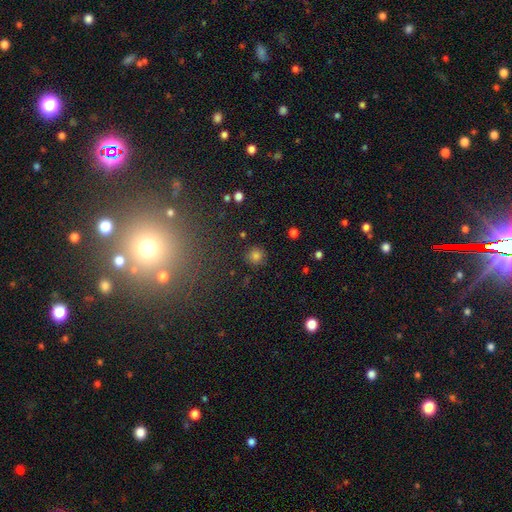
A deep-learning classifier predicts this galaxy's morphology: A smooth galaxy with no disk features (80%) that is round (94%). Merging: none (89%).